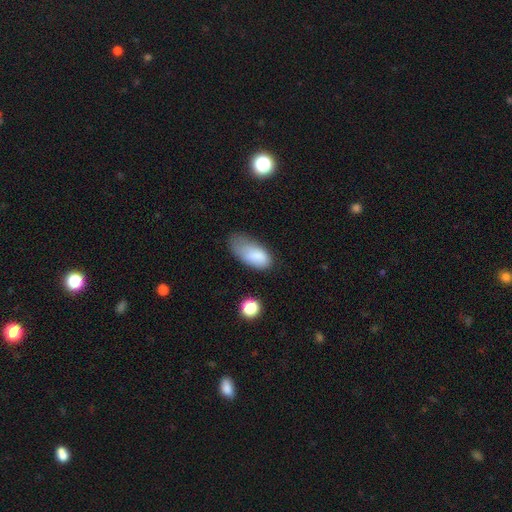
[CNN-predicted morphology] Smooth or featured? Predicted: smooth (p=0.80). How rounded? Predicted: in between (p=0.92). Merging? Predicted: minor disturbance (p=0.40).